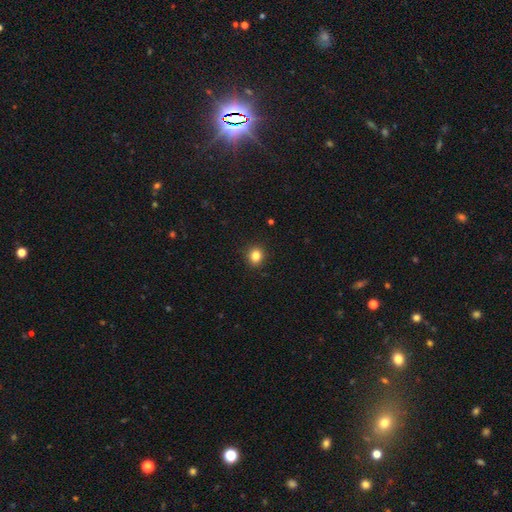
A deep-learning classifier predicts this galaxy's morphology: The model was most divided on "how rounded": round: 80%, in between: 19%, cigar-shaped: 1%. More confident: merging — none (92%); smooth or featured — smooth (83%).